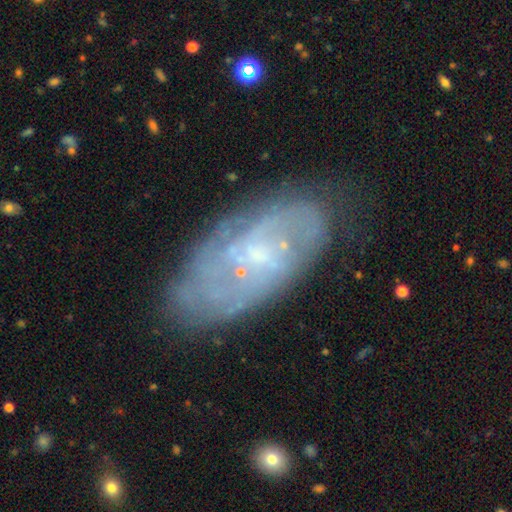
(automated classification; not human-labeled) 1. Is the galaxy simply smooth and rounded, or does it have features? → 68% featured or disk, 23% smooth, 8% star or artifact.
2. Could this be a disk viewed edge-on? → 93% no, 7% yes.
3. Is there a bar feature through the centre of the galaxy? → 57% no, 37% weak, 7% strong.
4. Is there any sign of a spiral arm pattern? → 75% yes, 25% no.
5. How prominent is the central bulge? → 67% small, 16% moderate, 15% none, 1% large, 1% dominant.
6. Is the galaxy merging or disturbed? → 72% none, 19% minor disturbance, 7% major disturbance, 3% merger.